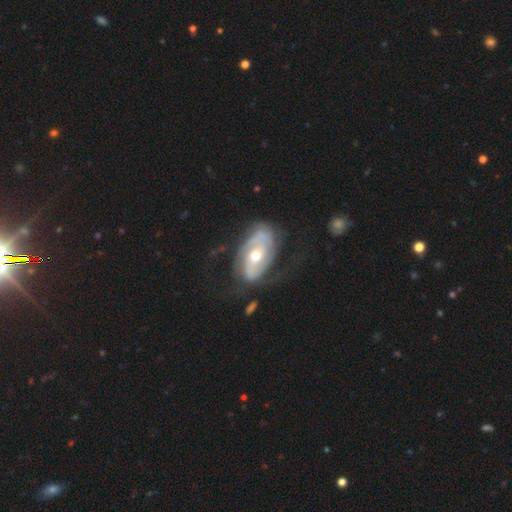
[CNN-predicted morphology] Smooth or featured? Predicted: featured or disk (p=0.80). Edge-on disk? Predicted: no (p=0.94). Bar? Predicted: no (p=0.48). Spiral arms? Predicted: yes (p=0.85). Spiral winding? Predicted: tight (p=0.42). Spiral arm count? Predicted: 2 (p=0.64). Bulge size? Predicted: moderate (p=0.69). Merging? Predicted: none (p=0.57).